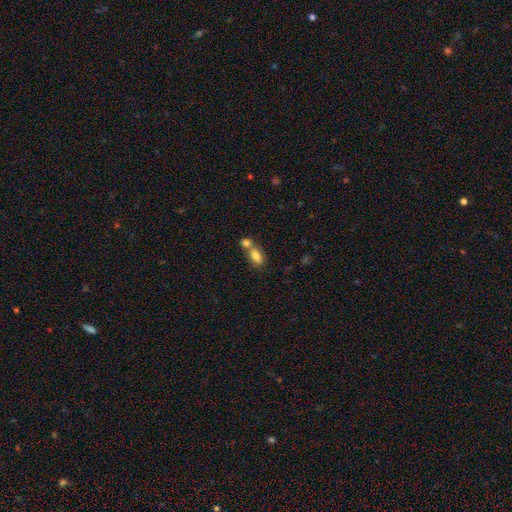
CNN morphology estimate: Q: Smooth or featured?
A: smooth (80%); runner-up: featured or disk (12%)
Q: How rounded?
A: in between (86%); runner-up: round (10%)
Q: Merging?
A: merger (51%); runner-up: none (37%)